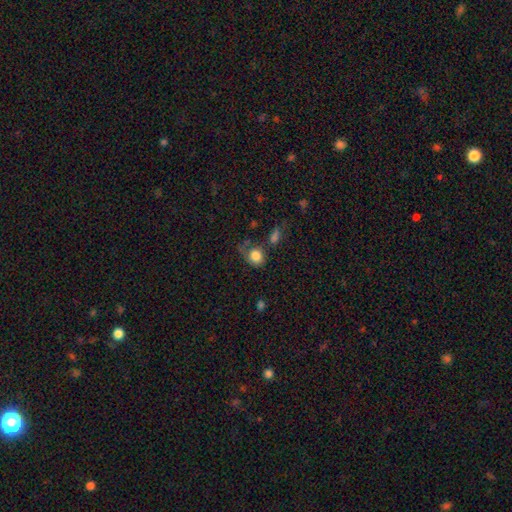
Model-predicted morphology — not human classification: A smooth galaxy with no disk features (82%) that is round (68%). Merging: none (51%).